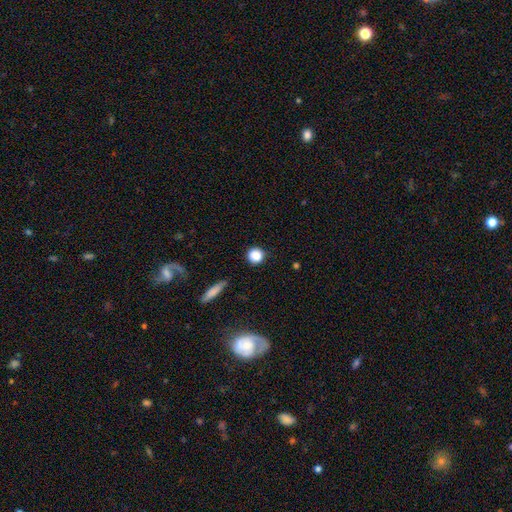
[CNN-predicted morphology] The model was most divided on "smooth or featured": smooth: 86%, star or artifact: 10%, featured or disk: 4%. More confident: how rounded — round (92%); merging — none (88%).